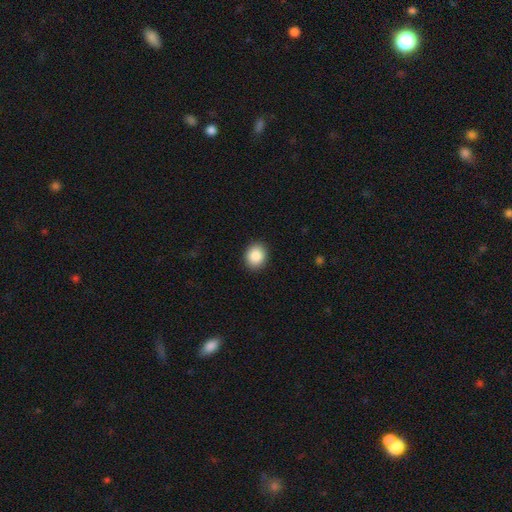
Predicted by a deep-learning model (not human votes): A smooth galaxy with no disk features (88%) that is round (66%).

Vote fractions:
- Smooth or featured? smooth: 88% / star or artifact: 8% / featured or disk: 4%
- How rounded? round: 66% / in between: 33% / cigar-shaped: 1%
- Merging? none: 91% / minor disturbance: 6% / major disturbance: 2% / merger: 1%